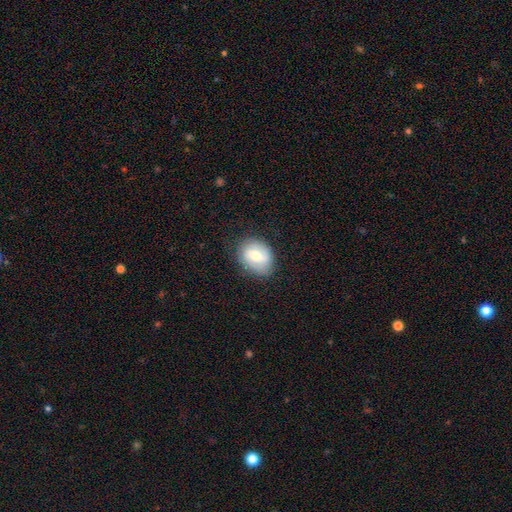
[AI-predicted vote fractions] Smooth or featured: smooth — 51% (featured or disk — 42%)
How rounded: in between — 56% (round — 42%)
Merging: none — 79% (minor disturbance — 16%)